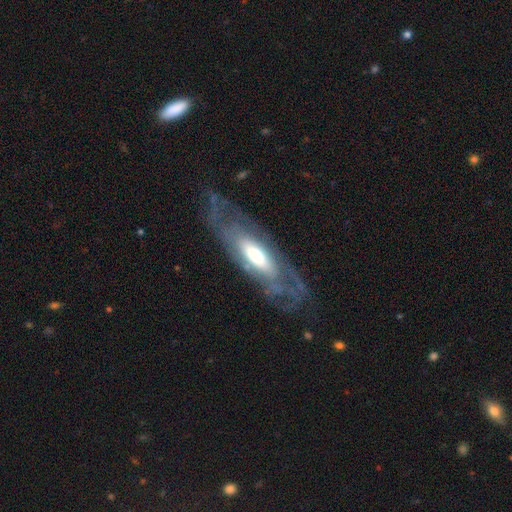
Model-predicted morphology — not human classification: This appears to be a featured or disk galaxy (66%). Merging: none (65%).